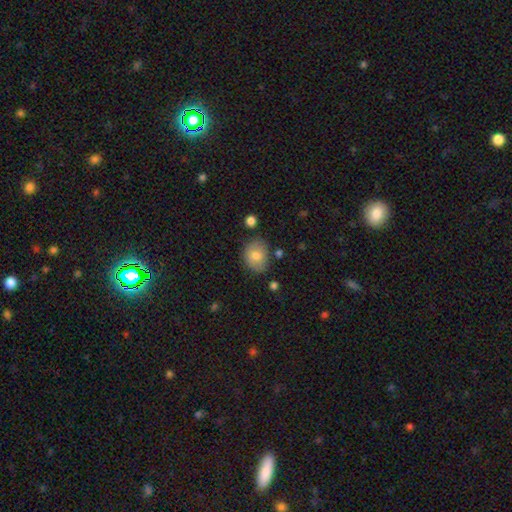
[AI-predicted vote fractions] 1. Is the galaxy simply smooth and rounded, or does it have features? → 77% smooth, 15% featured or disk, 8% star or artifact.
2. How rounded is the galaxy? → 50% round, 49% in between, 1% cigar-shaped.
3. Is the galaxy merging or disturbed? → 72% none, 20% minor disturbance, 5% major disturbance, 4% merger.